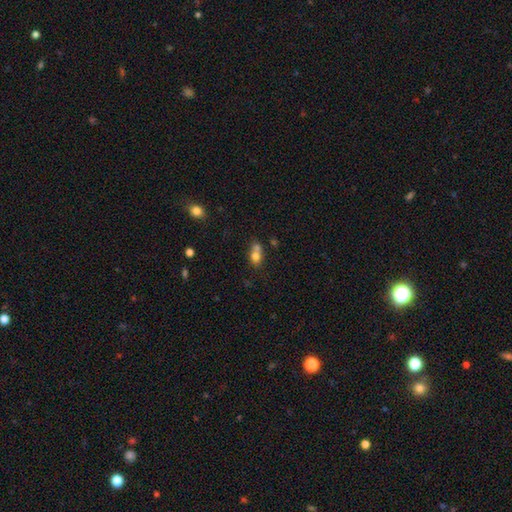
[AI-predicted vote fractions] Smooth or featured? Predicted: smooth (p=0.74). How rounded? Predicted: round (p=0.52). Merging? Predicted: merger (p=0.56).